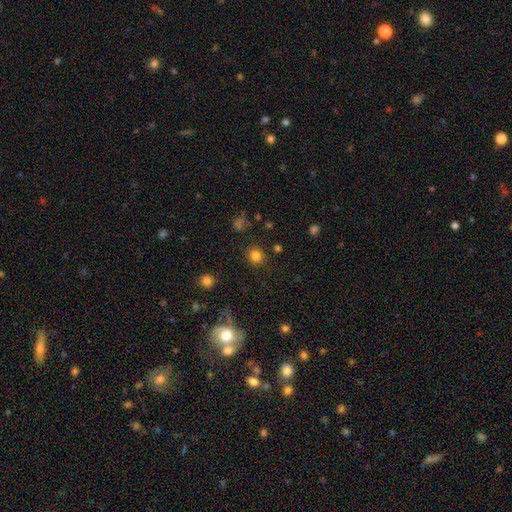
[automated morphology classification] This is clearly a smooth galaxy (80%). How rounded: clearly round (91%). Merging: clearly none (88%).